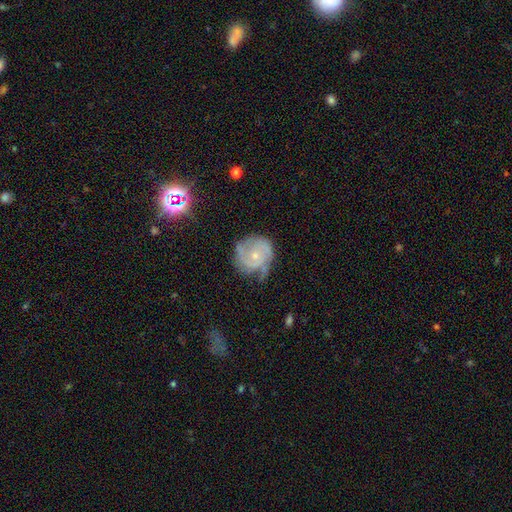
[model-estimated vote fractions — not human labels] smooth-or-featured: featured or disk: 77% | smooth: 16% | star or artifact: 7%
  disk-edge-on: no: 98% | yes: 2%
    bar: no: 74% | weak: 23% | strong: 4%
    has-spiral-arms: yes: 92% | no: 8%
      spiral-winding: tight: 54% | medium: 36% | loose: 11%
      spiral-arm-count: 2: 47% | can't tell: 22% | 3: 18% | 1: 7% | 4: 4% | more than 4: 3%
    bulge-size: small: 69% | moderate: 27% | none: 3% | large: 1% | dominant: 1%
  merging: none: 57% | minor disturbance: 28% | major disturbance: 13% | merger: 2%